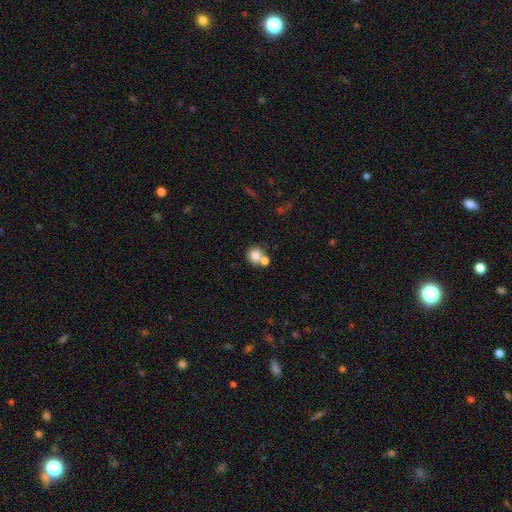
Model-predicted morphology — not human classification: Smooth or featured?
  - smooth: 79% *
  - featured or disk: 11%
  - star or artifact: 10%
How rounded?
  - round: 83% *
  - in between: 16%
  - cigar-shaped: 1%
Merging?
  - none: 47% *
  - merger: 42%
  - minor disturbance: 8%
  - major disturbance: 3%